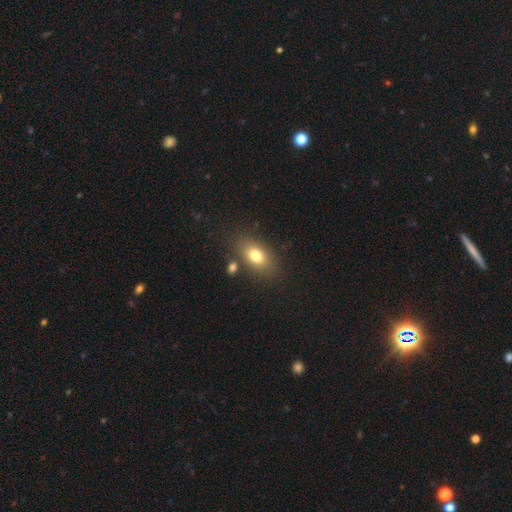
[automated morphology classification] smooth_or_featured: smooth (p=0.77) [alt: featured or disk p=0.13]
how_rounded: in between (p=0.83) [alt: round p=0.13]
merging: none (p=0.77) [alt: minor disturbance p=0.11]